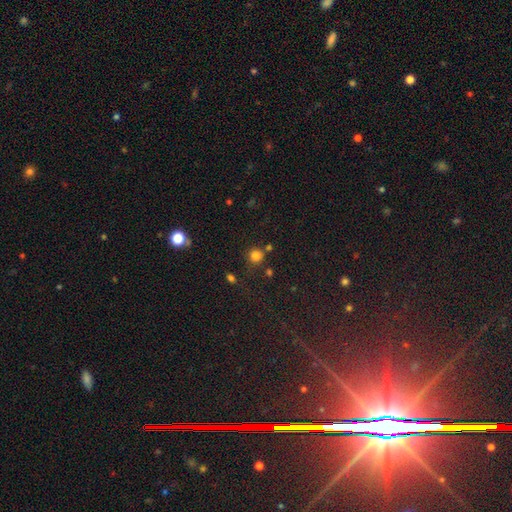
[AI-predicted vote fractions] A smooth galaxy with no disk features (79%) that is round (91%). Merging: none (74%).